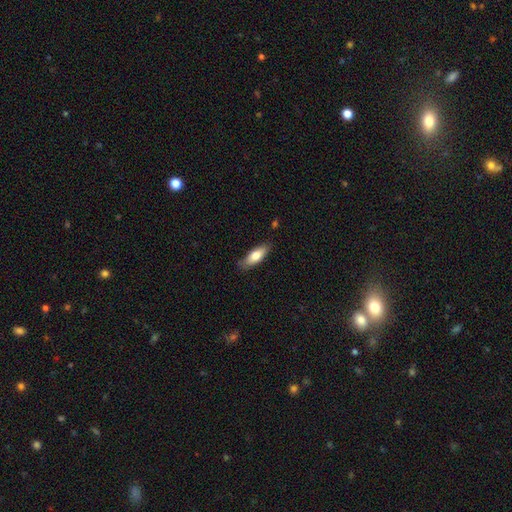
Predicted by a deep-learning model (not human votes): smooth_or_featured: smooth (p=0.75) [alt: featured or disk p=0.19]
how_rounded: in between (p=0.62) [alt: cigar-shaped p=0.36]
merging: none (p=0.81) [alt: minor disturbance p=0.15]